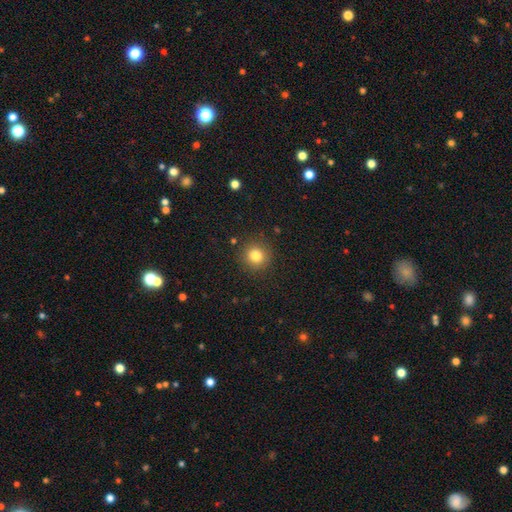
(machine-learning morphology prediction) Overall: smooth (81%). How rounded: round (93%). Merging: none (89%).